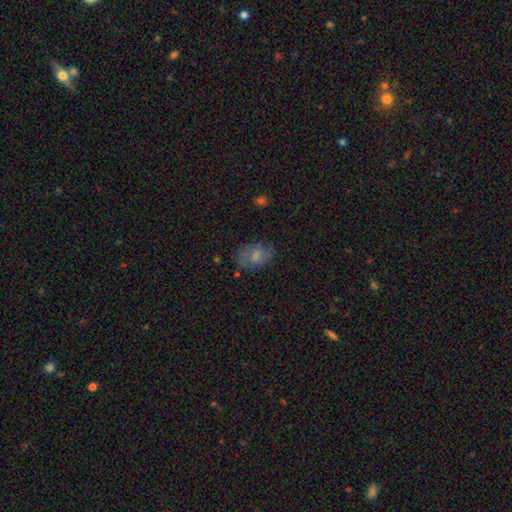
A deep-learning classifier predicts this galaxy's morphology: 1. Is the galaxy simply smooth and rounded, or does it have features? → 65% smooth, 26% featured or disk, 9% star or artifact.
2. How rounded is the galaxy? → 84% in between, 14% round, 2% cigar-shaped.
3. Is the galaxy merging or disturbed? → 71% none, 20% minor disturbance, 6% major disturbance, 2% merger.